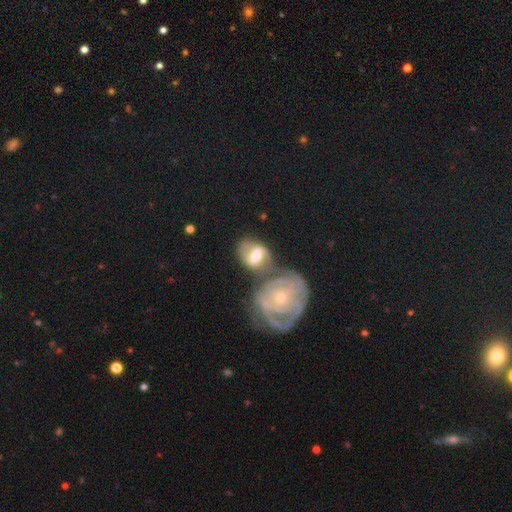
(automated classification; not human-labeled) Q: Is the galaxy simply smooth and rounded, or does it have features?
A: featured or disk — 68%.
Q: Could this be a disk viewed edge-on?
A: no — 96%.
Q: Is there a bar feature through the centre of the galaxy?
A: weak — 42%.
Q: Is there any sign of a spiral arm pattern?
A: yes — 85%.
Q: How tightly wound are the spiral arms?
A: medium — 39%, tied with tight.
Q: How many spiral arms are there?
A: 2 — 68%.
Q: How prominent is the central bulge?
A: moderate — 58%.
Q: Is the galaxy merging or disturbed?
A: merger — 44%.